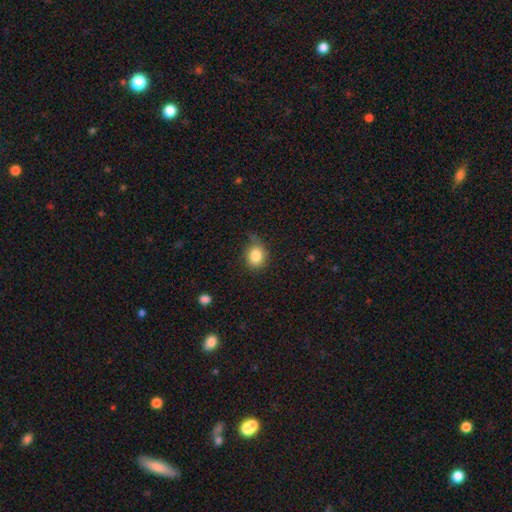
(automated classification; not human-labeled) A smooth galaxy with no disk features (84%) that is round (60%). Merging: none (67%).